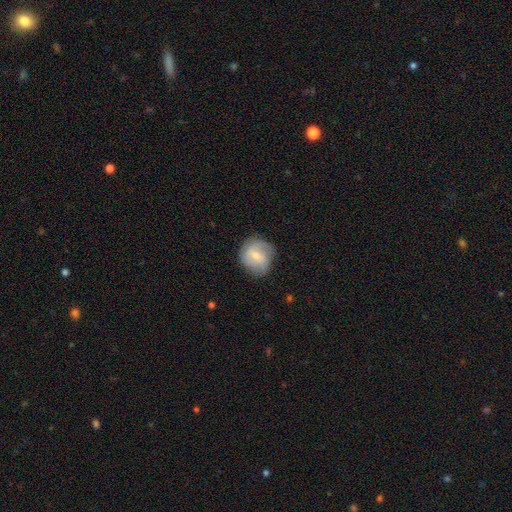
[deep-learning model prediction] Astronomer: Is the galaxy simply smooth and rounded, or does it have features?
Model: featured or disk — 48% (runner-up: smooth, 45%).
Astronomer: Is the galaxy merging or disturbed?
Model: none — 68%.